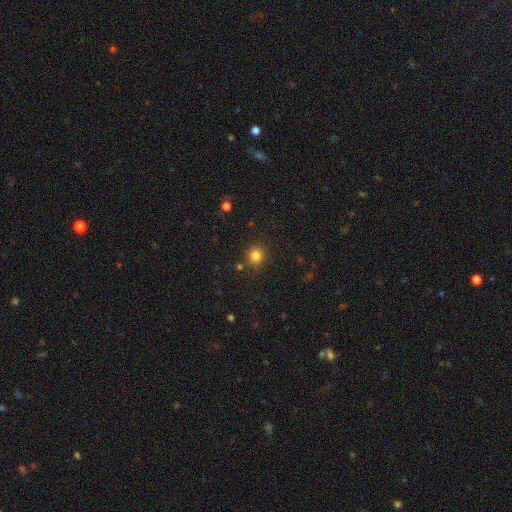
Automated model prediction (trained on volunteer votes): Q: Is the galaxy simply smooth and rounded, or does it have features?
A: smooth — 82%.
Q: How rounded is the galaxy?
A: round — 87%.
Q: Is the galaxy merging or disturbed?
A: none — 86%.